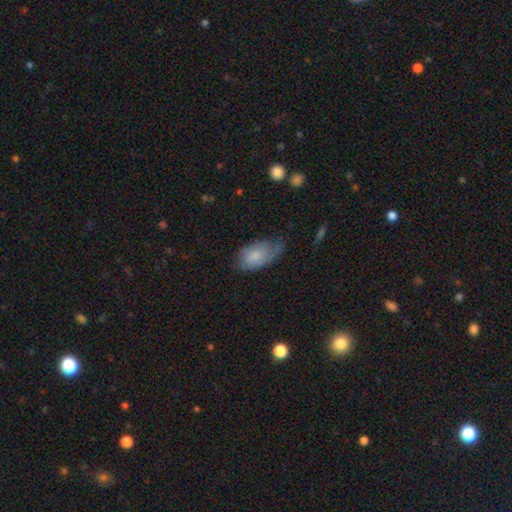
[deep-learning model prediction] smooth 73%, featured or disk 20%, star or artifact 7%. Down the decision tree: how rounded — in between (93%); merging — none (42%).